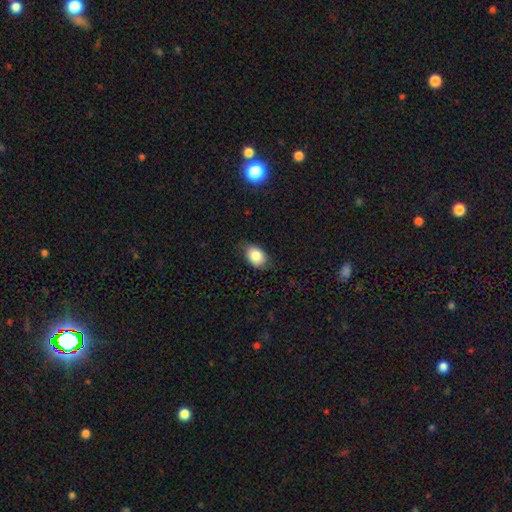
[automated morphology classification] Smooth or featured? Predicted: smooth (p=0.83). How rounded? Predicted: in between (p=0.81). Merging? Predicted: none (p=0.75).